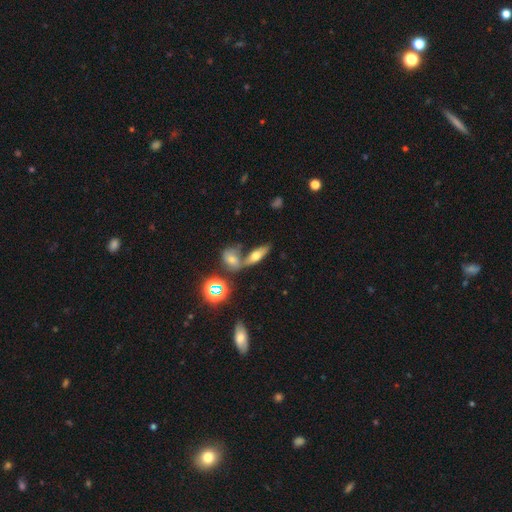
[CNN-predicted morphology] The model was most divided on "smooth or featured": smooth: 51%, featured or disk: 34%, star or artifact: 15%. More confident: how rounded — in between (55%); merging — none (54%).